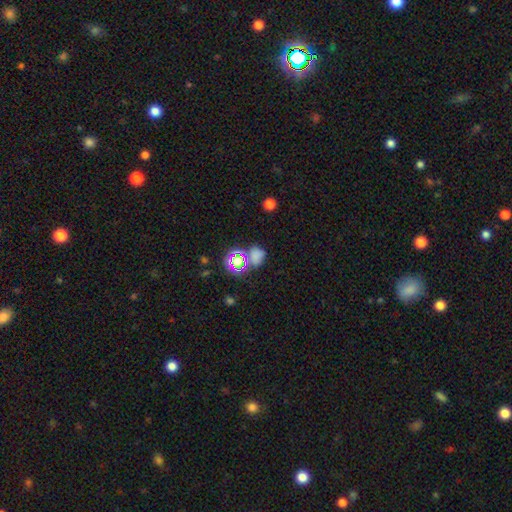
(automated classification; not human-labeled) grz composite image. It shows a smooth galaxy with no disk features (56%) that is round (57%). Merging: none (58%).